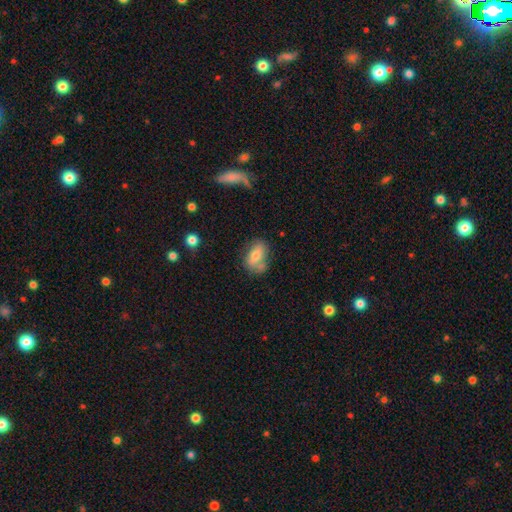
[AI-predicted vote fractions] A smooth galaxy with no disk features (65%) that is in between round and cigar-shaped (83%). Merging: none (56%).